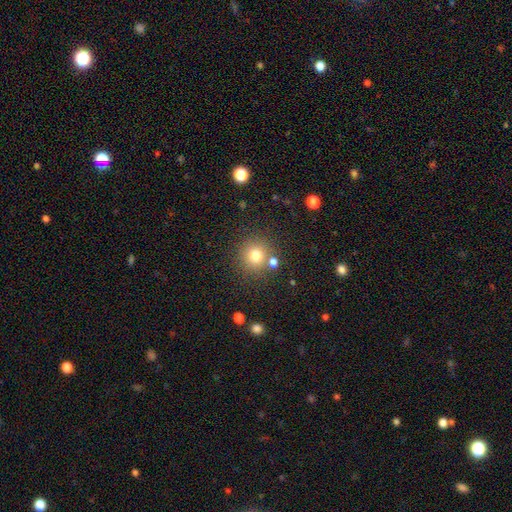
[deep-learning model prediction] Smooth or featured? Predicted: smooth (p=0.77). How rounded? Predicted: round (p=0.92). Merging? Predicted: none (p=0.78).